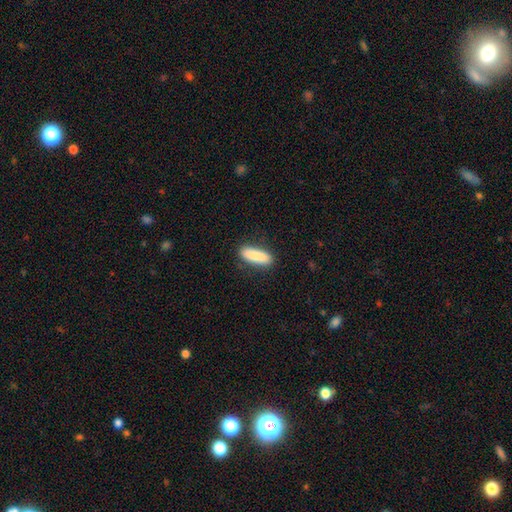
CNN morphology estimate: Q: Smooth or featured?
A: smooth (88%); runner-up: featured or disk (6%)
Q: How rounded?
A: cigar-shaped (58%); runner-up: in between (41%)
Q: Merging?
A: none (87%); runner-up: minor disturbance (9%)